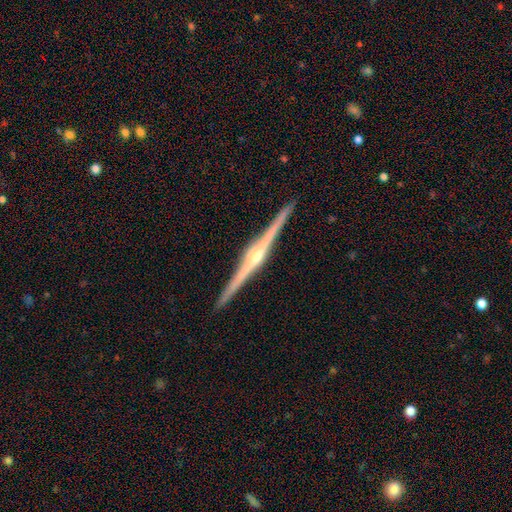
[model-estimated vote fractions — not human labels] smooth-or-featured: featured or disk: 89% | smooth: 6% | star or artifact: 4%
  disk-edge-on: yes: 99% | no: 1%
    edge-on-bulge: rounded: 81% | boxy: 13% | none: 6%
  merging: none: 93% | minor disturbance: 5% | major disturbance: 1% | merger: 1%